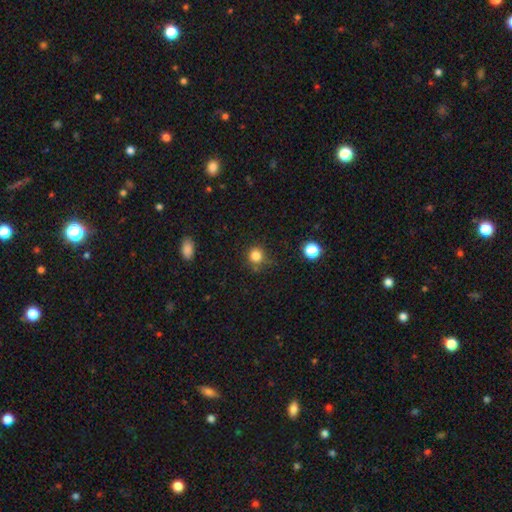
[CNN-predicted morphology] Smooth or featured?
  - smooth: 82% *
  - star or artifact: 13%
  - featured or disk: 5%
How rounded?
  - round: 90% *
  - in between: 9%
  - cigar-shaped: 1%
Merging?
  - none: 79% *
  - minor disturbance: 13%
  - merger: 4%
  - major disturbance: 4%